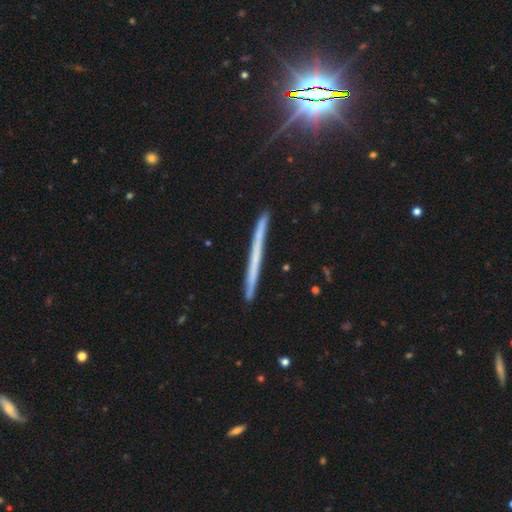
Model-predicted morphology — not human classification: Smooth or featured? Predicted: featured or disk (p=0.51). Edge-on disk? Predicted: yes (p=0.95). Merging? Predicted: none (p=0.85).